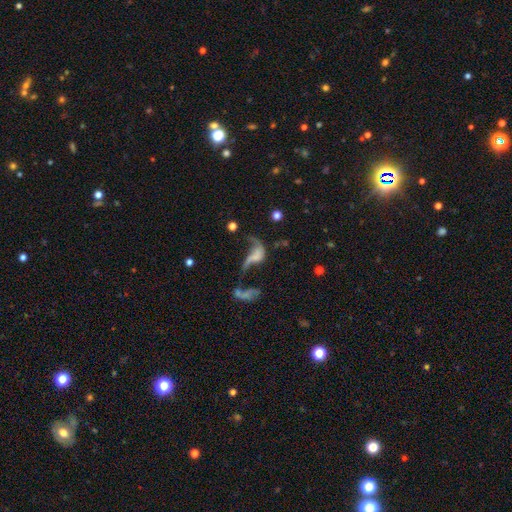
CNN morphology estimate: Q: Smooth or featured?
A: featured or disk (55%); runner-up: smooth (29%)
Q: Edge-on disk?
A: no (94%); runner-up: yes (6%)
Q: Bar?
A: no (73%); runner-up: weak (19%)
Q: Spiral arms?
A: yes (51%); runner-up: no (49%)
Q: Bulge size?
A: none (62%); runner-up: small (20%)
Q: Merging?
A: major disturbance (40%); runner-up: merger (34%)